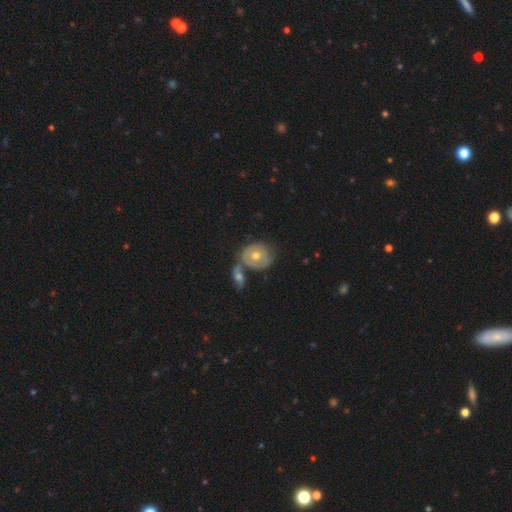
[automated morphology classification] This appears to be a featured or disk galaxy (53%). Merging: none (40%).